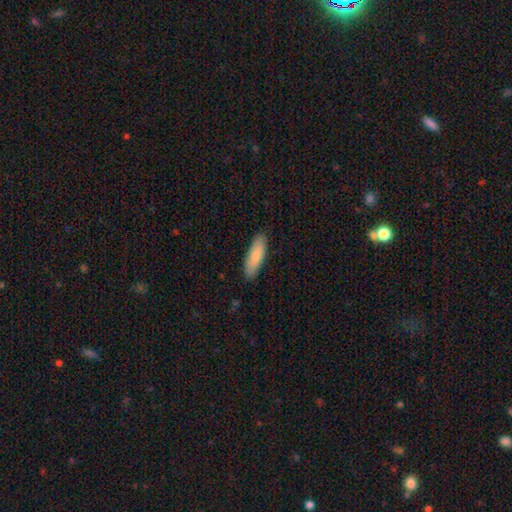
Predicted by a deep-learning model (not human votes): This appears to be a smooth galaxy with no disk features (83%) that is in between round and cigar-shaped (57%). Merging: none (88%).